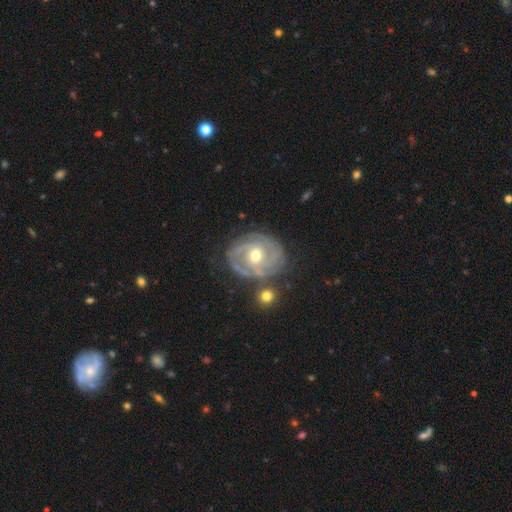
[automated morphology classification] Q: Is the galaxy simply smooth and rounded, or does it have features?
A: featured or disk — 87%.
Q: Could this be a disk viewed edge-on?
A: no — 97%.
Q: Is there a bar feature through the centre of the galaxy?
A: no — 56%.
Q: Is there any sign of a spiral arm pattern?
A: yes — 95%.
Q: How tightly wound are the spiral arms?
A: tight — 68%.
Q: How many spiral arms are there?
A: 2 — 31%, tied with 3.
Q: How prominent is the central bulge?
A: moderate — 70%.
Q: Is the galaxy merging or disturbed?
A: none — 72%.